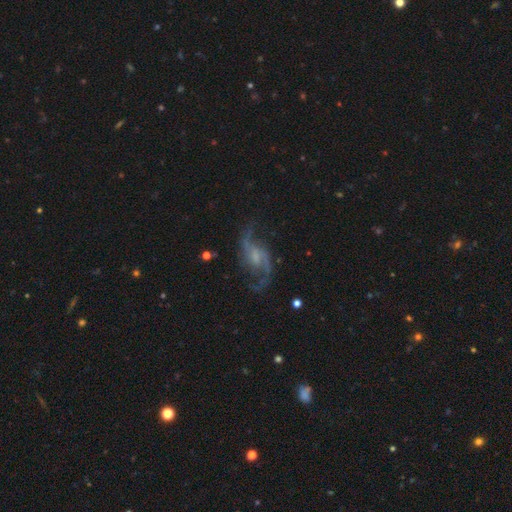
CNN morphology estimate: The model was most divided on "bulge size": small: 39%, none: 30%, moderate: 25%, large: 4%, dominant: 1%. Remaining: edge-on disk — no (97%); spiral arms — yes (96%); spiral arm count — 2 (92%); smooth or featured — featured or disk (89%); merging — none (71%); spiral winding — loose (66%); bar — weak (49%).